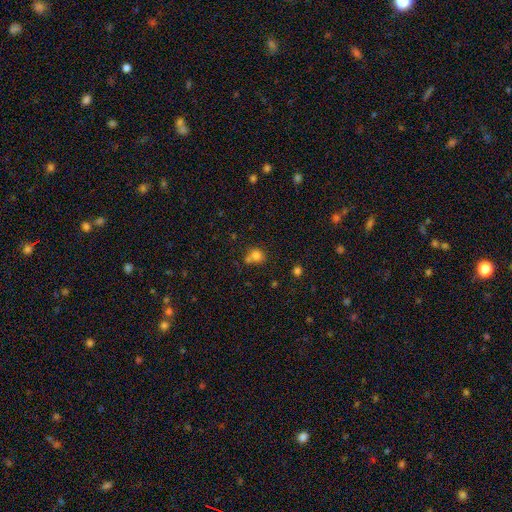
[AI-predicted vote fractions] A smooth galaxy with no disk features (78%) that is round (75%). Merging: none (50%).